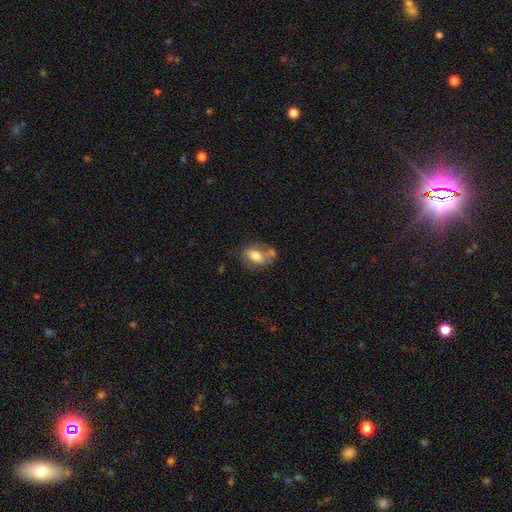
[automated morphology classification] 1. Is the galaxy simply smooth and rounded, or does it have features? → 69% smooth, 23% featured or disk, 8% star or artifact.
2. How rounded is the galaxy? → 83% in between, 14% round, 3% cigar-shaped.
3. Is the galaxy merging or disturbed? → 41% none, 26% merger, 21% minor disturbance, 12% major disturbance.